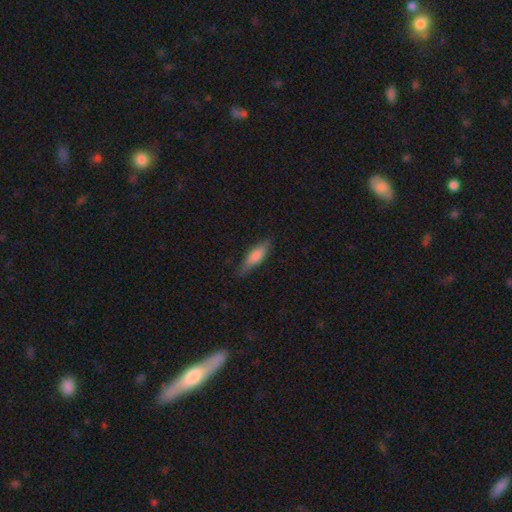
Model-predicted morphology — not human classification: A smooth galaxy with no disk features (67%) that is cigar-shaped (59%). Merging: none (79%).